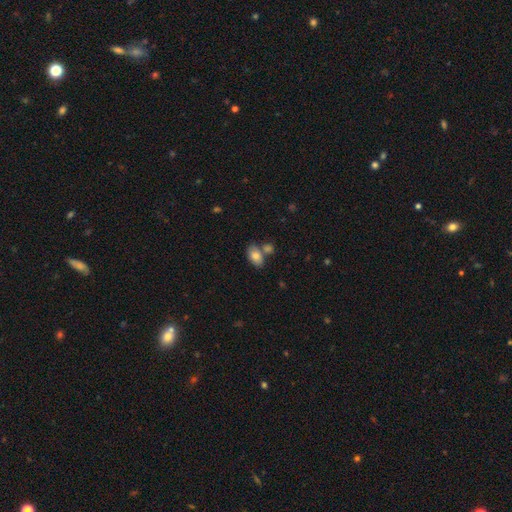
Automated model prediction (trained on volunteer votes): Smooth or featured? Predicted: smooth (p=0.81). How rounded? Predicted: in between (p=0.90). Merging? Predicted: none (p=0.55).